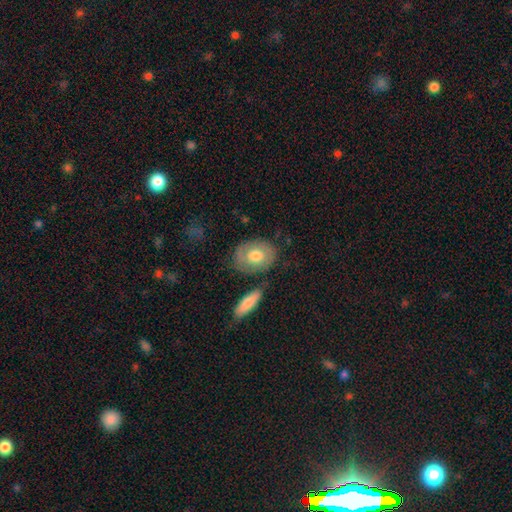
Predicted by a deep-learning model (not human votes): Smooth or featured? Predicted: smooth (p=0.59). How rounded? Predicted: in between (p=0.62). Merging? Predicted: none (p=0.72).